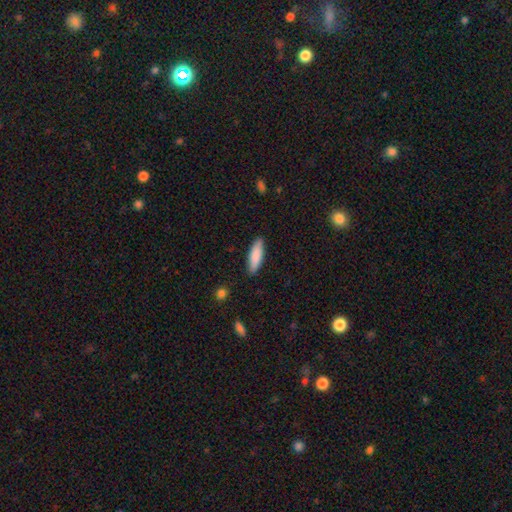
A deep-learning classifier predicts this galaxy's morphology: Smooth or featured?
  - smooth: 85% *
  - featured or disk: 9%
  - star or artifact: 6%
How rounded?
  - cigar-shaped: 52% *
  - in between: 46%
  - round: 2%
Merging?
  - none: 88% *
  - minor disturbance: 9%
  - major disturbance: 2%
  - merger: 1%